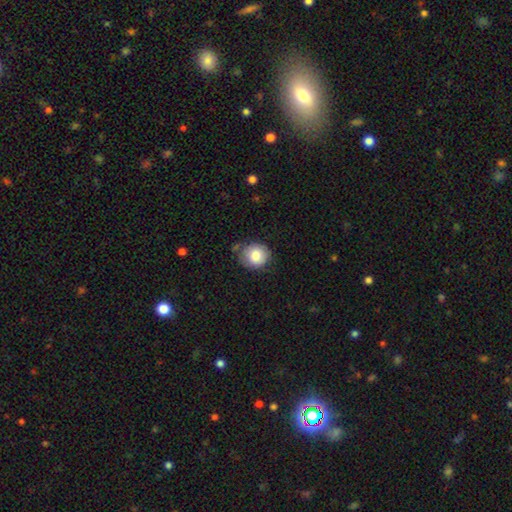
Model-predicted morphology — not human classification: Smooth or featured? smooth (81%)
How rounded? round (84%)
Merging? none (68%)